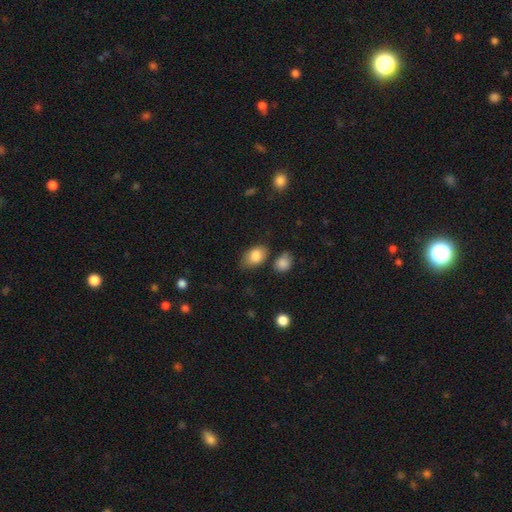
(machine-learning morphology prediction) Smooth or featured? smooth (84%)
How rounded? in between (84%)
Merging? none (66%)